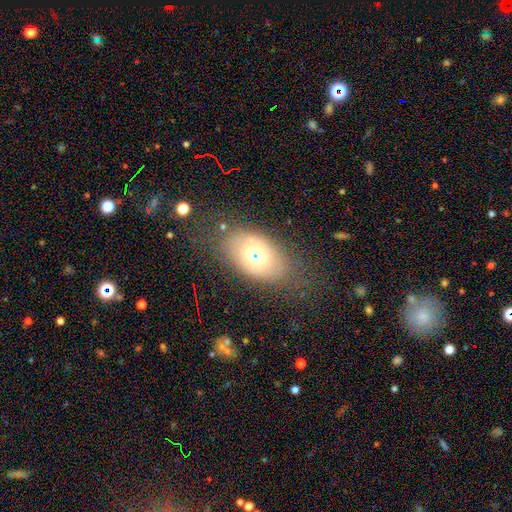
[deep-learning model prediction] smooth_or_featured: smooth (p=0.60) [alt: featured or disk p=0.25]
how_rounded: in between (p=0.84) [alt: round p=0.14]
merging: none (p=0.65) [alt: minor disturbance p=0.17]